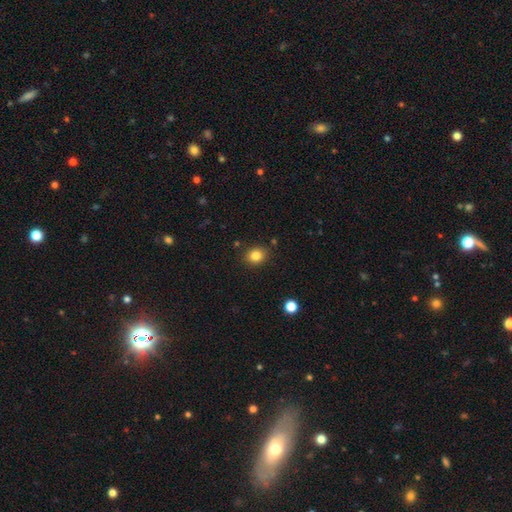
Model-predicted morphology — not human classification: Smooth or featured? Predicted: smooth (p=0.84). How rounded? Predicted: round (p=0.61). Merging? Predicted: none (p=0.86).